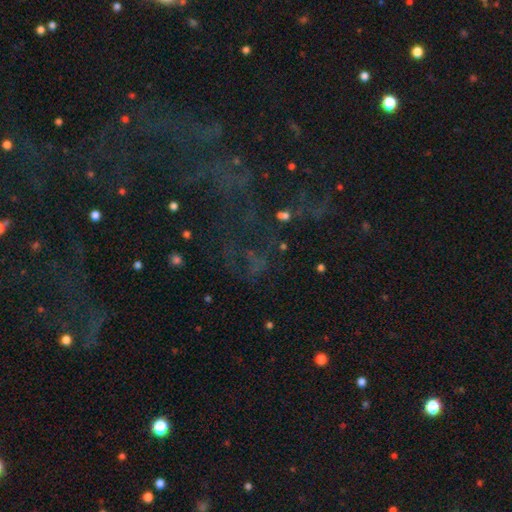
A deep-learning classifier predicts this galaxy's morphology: Smooth or featured? star or artifact (75%)